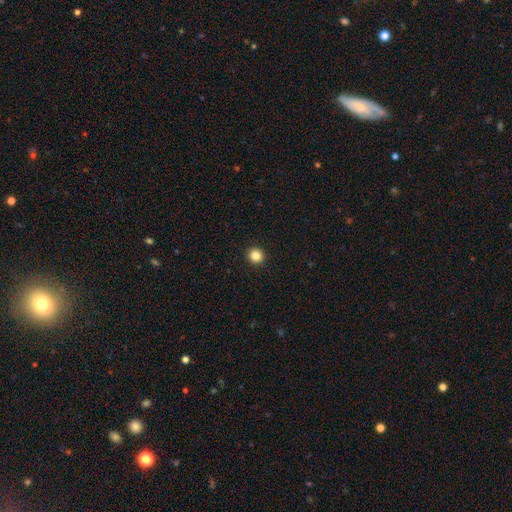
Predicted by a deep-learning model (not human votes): Smooth or featured?
  - smooth: 84% *
  - star or artifact: 11%
  - featured or disk: 5%
How rounded?
  - round: 93% *
  - in between: 6%
  - cigar-shaped: 1%
Merging?
  - none: 94% *
  - minor disturbance: 4%
  - major disturbance: 1%
  - merger: 1%